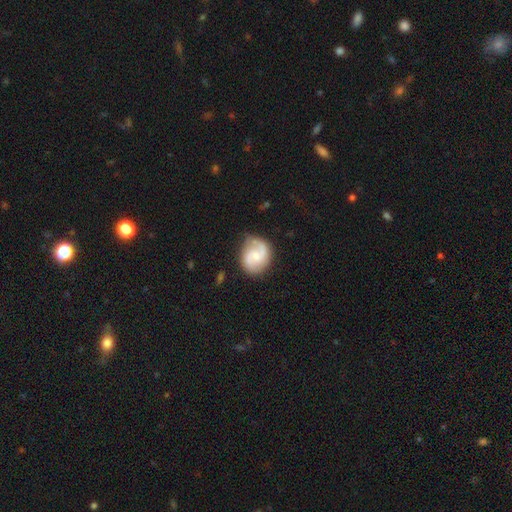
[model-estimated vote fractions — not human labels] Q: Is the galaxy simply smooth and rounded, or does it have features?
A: featured or disk — 77%.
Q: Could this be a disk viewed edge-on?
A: no — 98%.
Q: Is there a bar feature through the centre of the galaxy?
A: no — 49%.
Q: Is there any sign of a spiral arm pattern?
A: yes — 96%.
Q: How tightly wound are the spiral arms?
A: medium — 51%.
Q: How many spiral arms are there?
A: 2 — 89%.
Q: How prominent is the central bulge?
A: small — 50%.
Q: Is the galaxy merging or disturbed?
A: none — 75%.